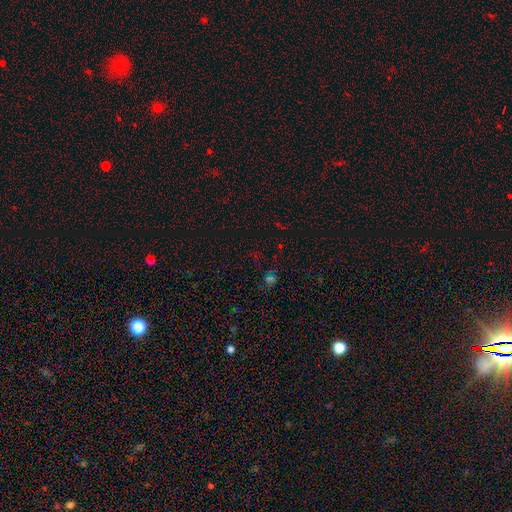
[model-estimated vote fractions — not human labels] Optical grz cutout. It shows a star or artifact, not a galaxy (67%).